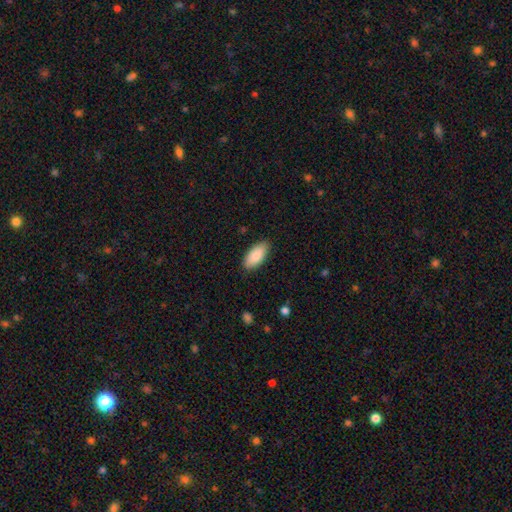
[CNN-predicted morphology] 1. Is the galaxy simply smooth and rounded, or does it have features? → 88% smooth, 6% featured or disk, 6% star or artifact.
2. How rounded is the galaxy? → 91% in between, 7% cigar-shaped, 2% round.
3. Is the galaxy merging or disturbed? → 86% none, 11% minor disturbance, 2% major disturbance, 1% merger.